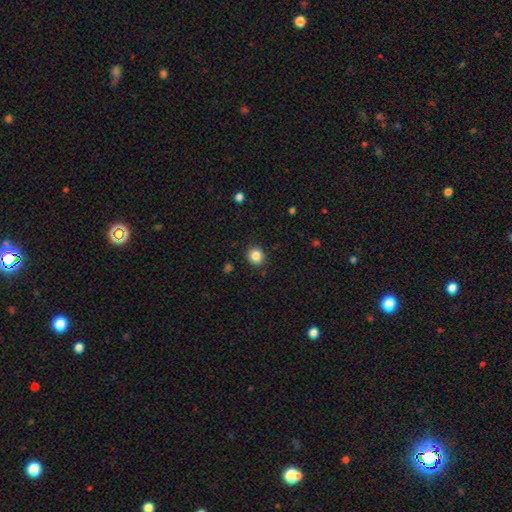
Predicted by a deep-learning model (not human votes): The model was most divided on "how rounded": round: 85%, in between: 15%, cigar-shaped: 1%. More confident: merging — none (90%); smooth or featured — smooth (85%).